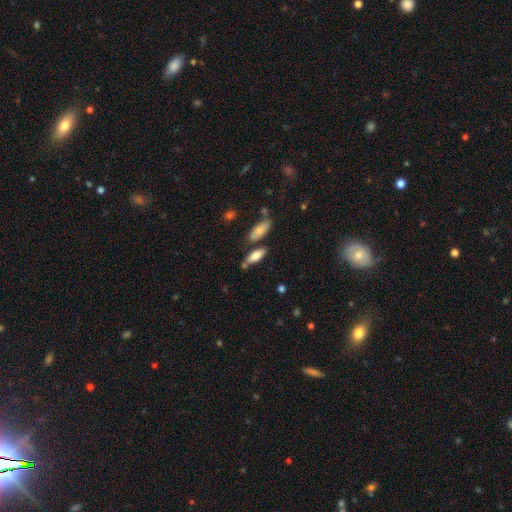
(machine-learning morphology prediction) This is likely a smooth galaxy (72%). How rounded: likely in between (67%). Merging: likely none (64%).